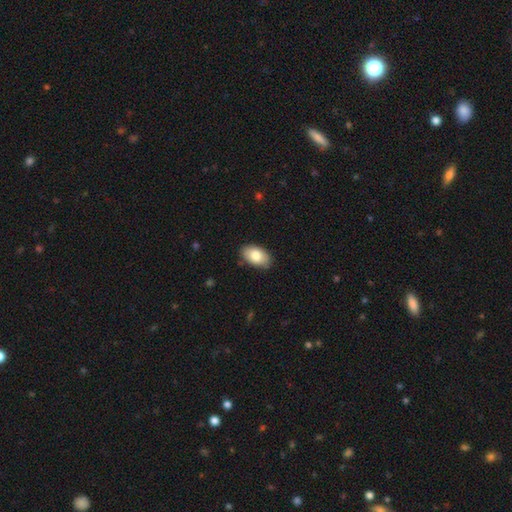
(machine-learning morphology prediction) The model was most divided on "smooth or featured": smooth: 81%, featured or disk: 12%, star or artifact: 6%. More confident: how rounded — in between (94%); merging — none (85%).